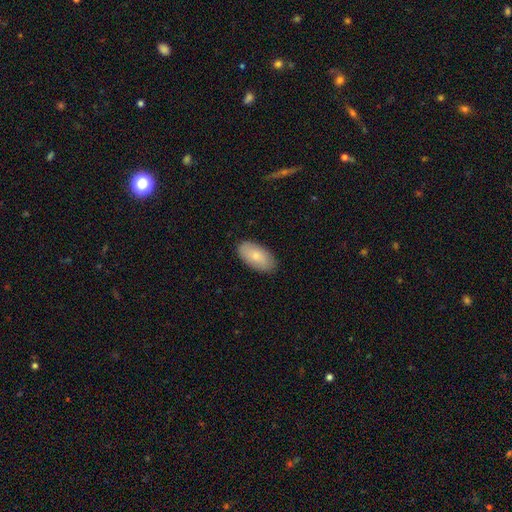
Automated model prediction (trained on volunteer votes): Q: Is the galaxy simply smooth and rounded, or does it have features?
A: smooth — 78%.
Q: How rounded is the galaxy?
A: in between — 95%.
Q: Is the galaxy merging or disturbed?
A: none — 87%.